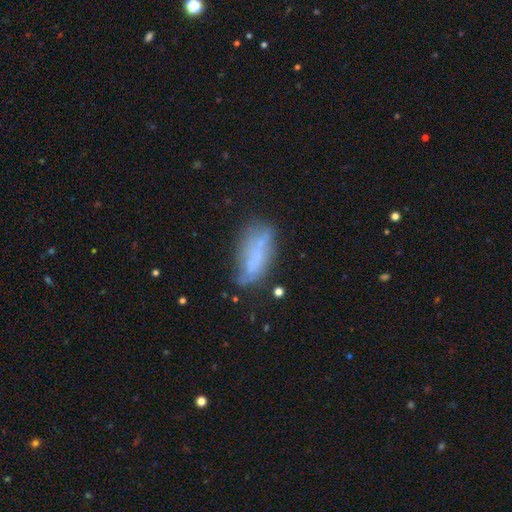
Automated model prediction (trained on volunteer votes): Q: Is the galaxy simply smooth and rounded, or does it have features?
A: smooth — 50%.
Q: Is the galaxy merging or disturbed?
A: none — 43%.